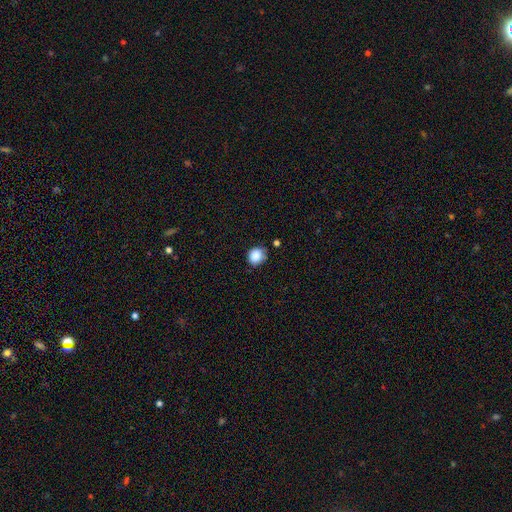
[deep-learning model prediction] A smooth galaxy with no disk features (87%) that is round (82%).

Vote fractions:
- Smooth or featured? smooth: 87% / star or artifact: 9% / featured or disk: 4%
- How rounded? round: 82% / in between: 17% / cigar-shaped: 1%
- Merging? none: 71% / minor disturbance: 22% / major disturbance: 4% / merger: 4%